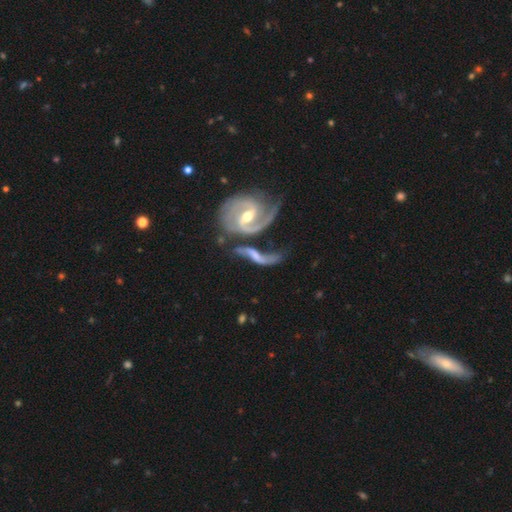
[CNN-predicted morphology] Overall: featured or disk (78%). Edge-on disk: no (92%). Bar: weak (43%; strong 29%). Spiral arms: yes (89%). Spiral arm count: 2 (84%). Spiral winding: loose (62%; medium 28%). Bulge size: moderate (51%; small 33%). Merging: merger (35%; none 28%).